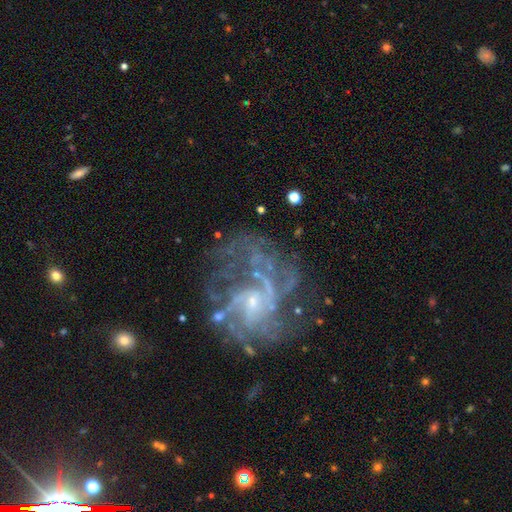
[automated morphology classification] smooth_or_featured: featured or disk (p=0.82) [alt: star or artifact p=0.11]
disk_edge_on: no (p=0.98) [alt: yes p=0.02]
bar: no (p=0.55) [alt: weak p=0.37]
has_spiral_arms: yes (p=0.86) [alt: no p=0.14]
spiral_winding: medium (p=0.44) [alt: tight p=0.33]
spiral_arm_count: can't tell (p=0.38) [alt: 3 p=0.17]
bulge_size: small (p=0.67) [alt: moderate p=0.18]
merging: none (p=0.52) [alt: major disturbance p=0.26]